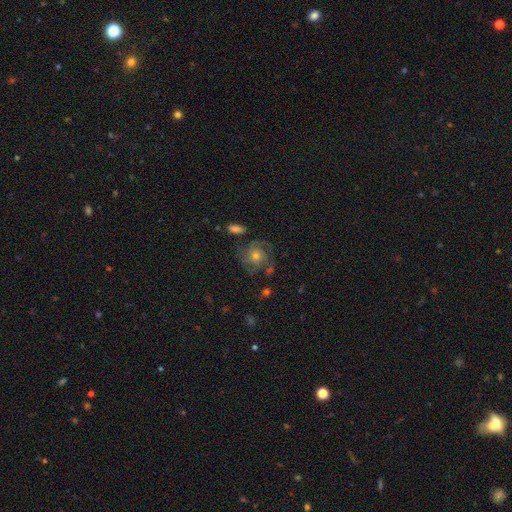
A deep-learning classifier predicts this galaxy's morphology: Smooth or featured: featured or disk — 75% (smooth — 15%)
Edge-on disk: no — 98% (yes — 2%)
Bar: no — 80% (weak — 17%)
Spiral arms: yes — 93% (no — 7%)
Spiral winding: tight — 53% (medium — 37%)
Spiral arm count: 3 — 34% (2 — 22%)
Bulge size: moderate — 59% (small — 33%)
Merging: none — 70% (minor disturbance — 16%)